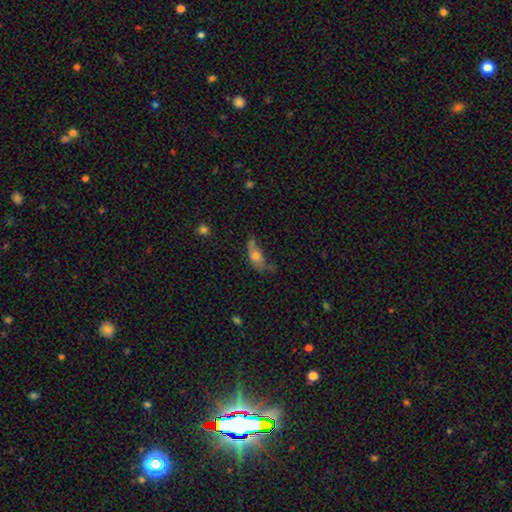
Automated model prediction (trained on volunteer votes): The model was most divided on "merging": none: 39%, minor disturbance: 31%, major disturbance: 16%, merger: 14%. More confident: how rounded — in between (73%); smooth or featured — smooth (63%).